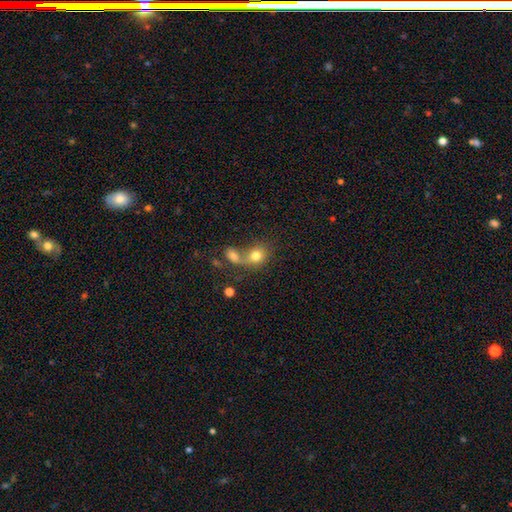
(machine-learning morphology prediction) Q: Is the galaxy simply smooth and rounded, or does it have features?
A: smooth — 76%.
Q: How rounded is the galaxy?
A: round — 62%.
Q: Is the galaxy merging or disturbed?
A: merger — 52%.